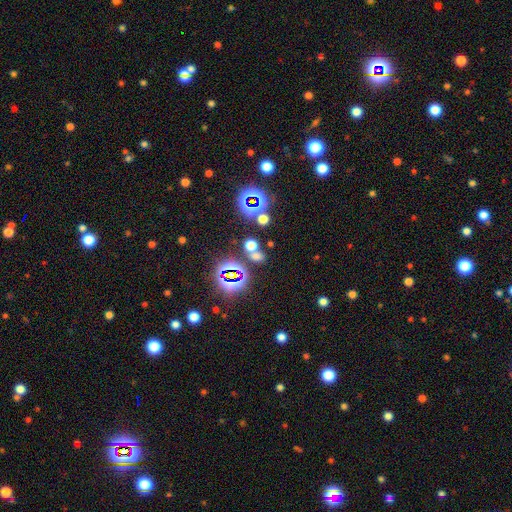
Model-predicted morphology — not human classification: smooth-or-featured: smooth: 46% (tied) | star or artifact: 46% (tied) | featured or disk: 8%
  merging: none: 63% | merger: 23% | minor disturbance: 9% | major disturbance: 5%